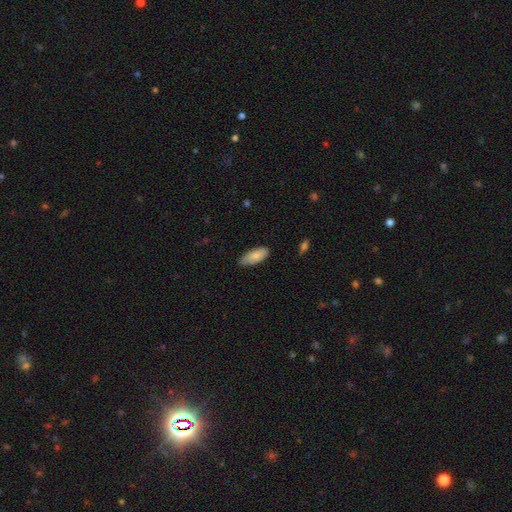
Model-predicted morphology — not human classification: smooth 82%, featured or disk 11%, star or artifact 6%. Down the decision tree: how rounded — in between (83%); merging — none (74%).